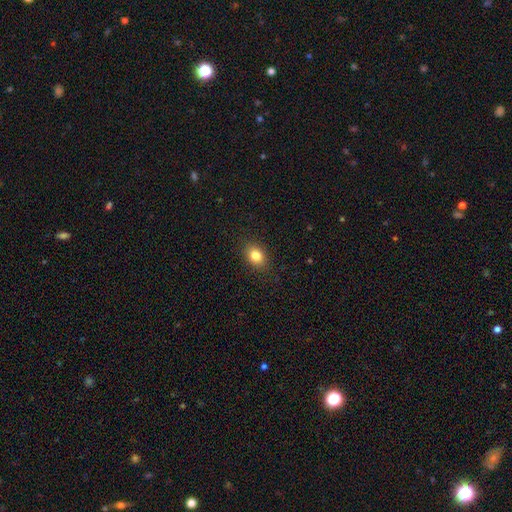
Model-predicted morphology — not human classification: This is clearly a smooth galaxy (83%). How rounded: likely in between (61%). Merging: clearly none (88%).